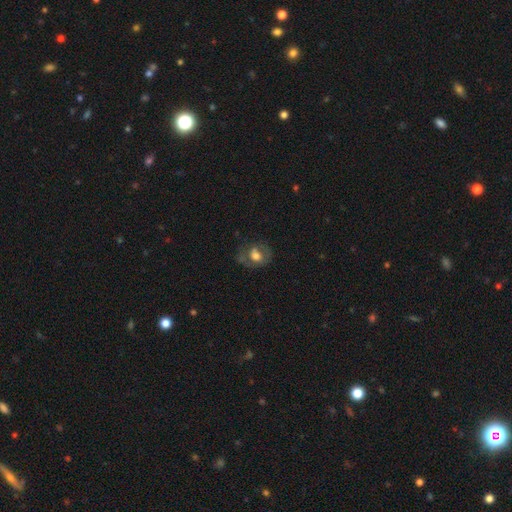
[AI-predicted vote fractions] smooth-or-featured: smooth: 52% | featured or disk: 39% | star or artifact: 9%
  how-rounded: round: 52% | in between: 47% | cigar-shaped: 1%
  merging: none: 56% | minor disturbance: 23% | major disturbance: 19% | merger: 2%